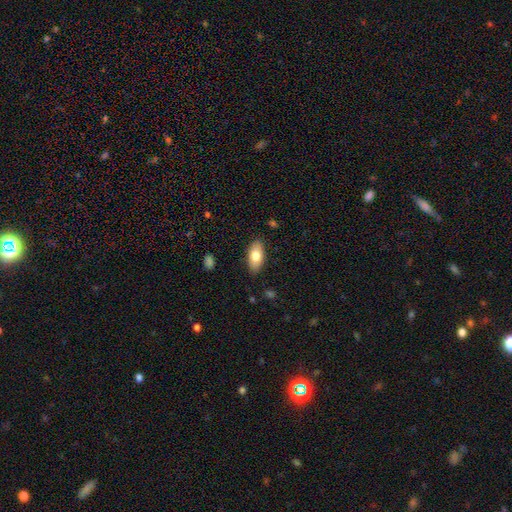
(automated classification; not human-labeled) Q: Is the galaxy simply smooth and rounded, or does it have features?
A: smooth — 77%.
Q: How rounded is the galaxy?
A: in between — 91%.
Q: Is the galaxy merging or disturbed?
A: none — 87%.